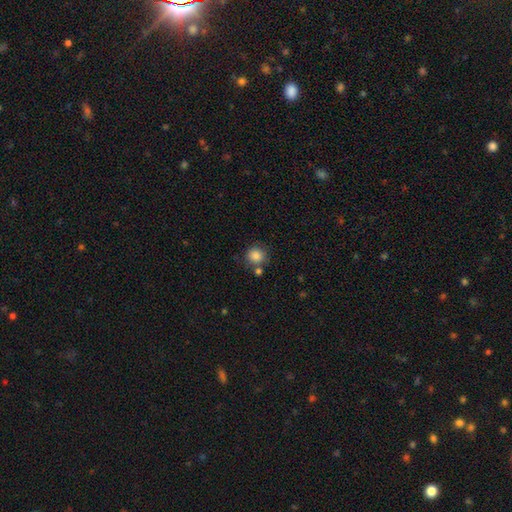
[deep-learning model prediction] smooth-or-featured: smooth: 85% | star or artifact: 10% | featured or disk: 5%
  how-rounded: round: 90% | in between: 9% | cigar-shaped: 1%
  merging: none: 73% | merger: 13% | minor disturbance: 11% | major disturbance: 3%